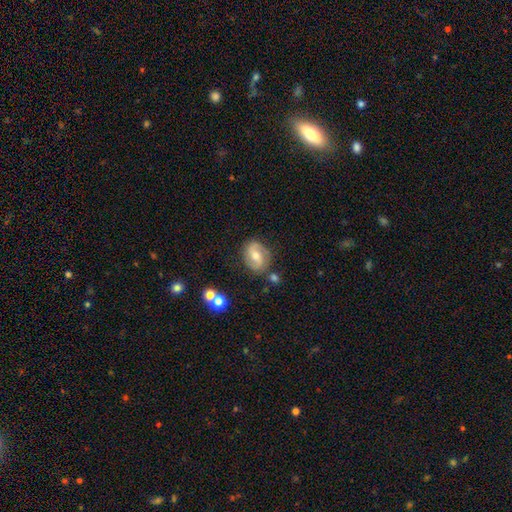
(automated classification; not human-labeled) Smooth or featured? featured or disk (75%)
Edge-on disk? no (97%)
Bar? weak (45%)
Spiral arms? yes (92%)
Spiral winding? medium (50%)
Spiral arm count? 2 (89%)
Bulge size? moderate (64%)
Merging? none (78%)